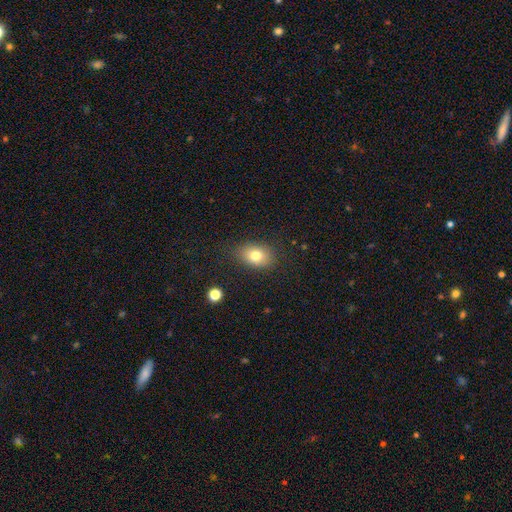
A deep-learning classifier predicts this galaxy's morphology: smooth 77%, featured or disk 12%, star or artifact 11%. Down the decision tree: how rounded — in between (75%); merging — none (83%).